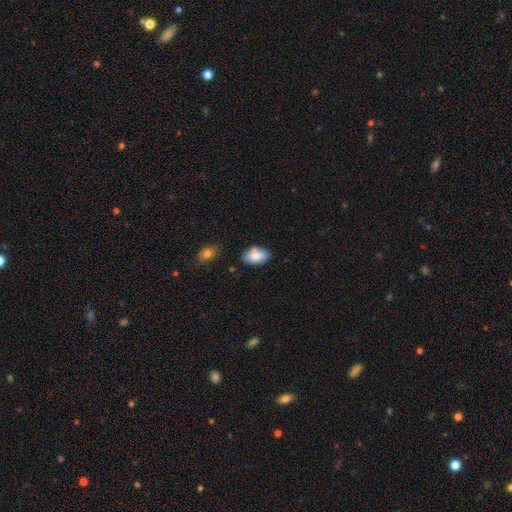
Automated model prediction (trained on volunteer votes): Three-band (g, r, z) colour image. It shows a smooth galaxy with no disk features (84%) that is in between round and cigar-shaped (93%). Merging: none (74%).